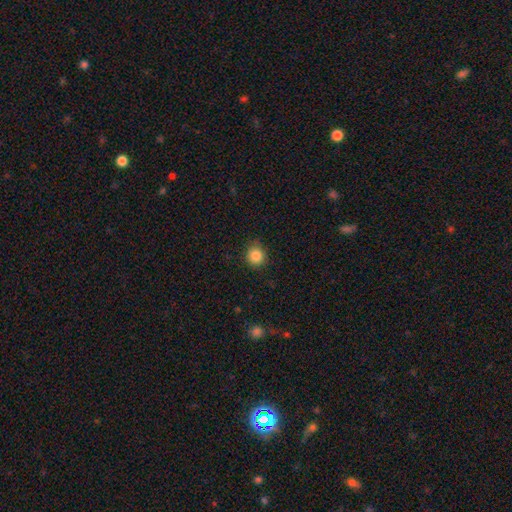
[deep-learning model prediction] This is clearly a smooth galaxy (85%). How rounded: clearly round (89%). Merging: clearly none (85%).